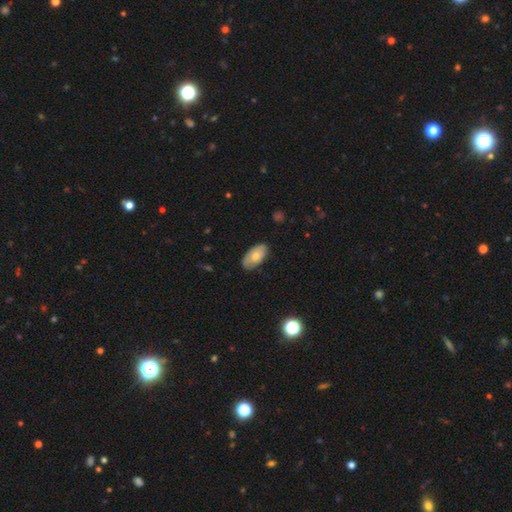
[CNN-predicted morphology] The model was most divided on "smooth or featured": smooth: 69%, featured or disk: 24%, star or artifact: 6%. More confident: how rounded — in between (94%); merging — none (79%).